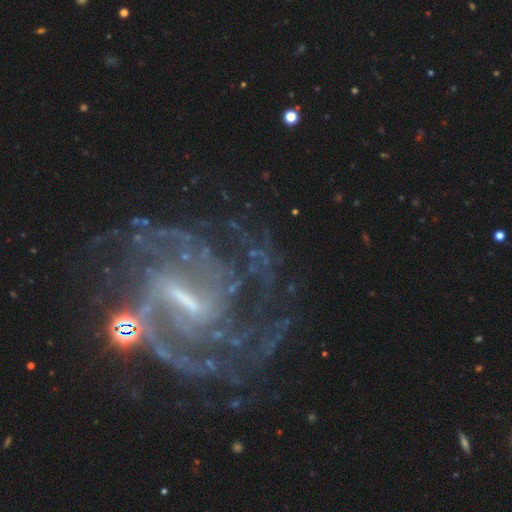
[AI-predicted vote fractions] This appears to be a featured or disk galaxy (90%) with a strong bar (47%), tight (45%) spiral arms (97%) and a small central bulge (45%). Merging: none (64%).